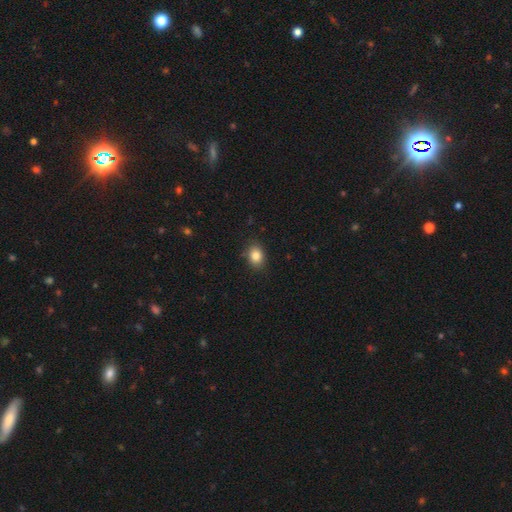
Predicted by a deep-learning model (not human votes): This appears to be a smooth galaxy with no disk features (85%) that is in between round and cigar-shaped (60%). Merging: none (84%).